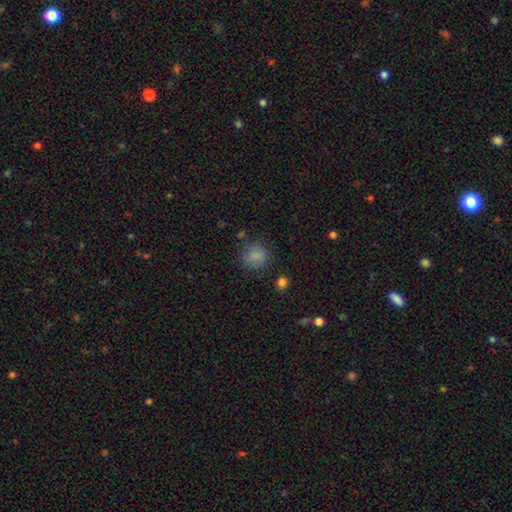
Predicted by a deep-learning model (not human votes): Smooth or featured? smooth (79%)
How rounded? round (81%)
Merging? none (75%)